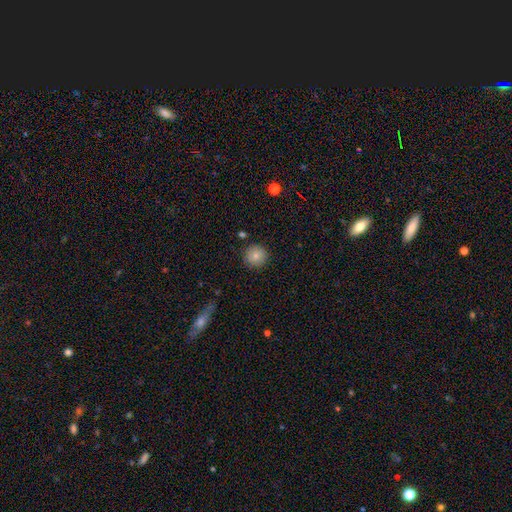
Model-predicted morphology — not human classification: This appears to be a smooth galaxy with no disk features (82%) that is round (93%). Merging: none (88%).